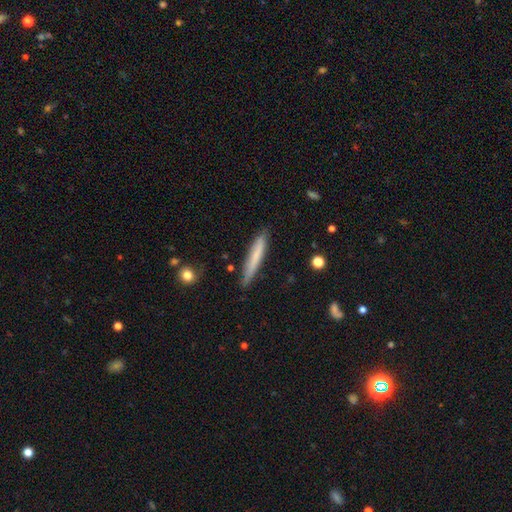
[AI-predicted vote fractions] smooth_or_featured: smooth (p=0.69) [alt: featured or disk p=0.25]
how_rounded: cigar-shaped (p=0.95) [alt: in between p=0.04]
merging: none (p=0.84) [alt: minor disturbance p=0.13]